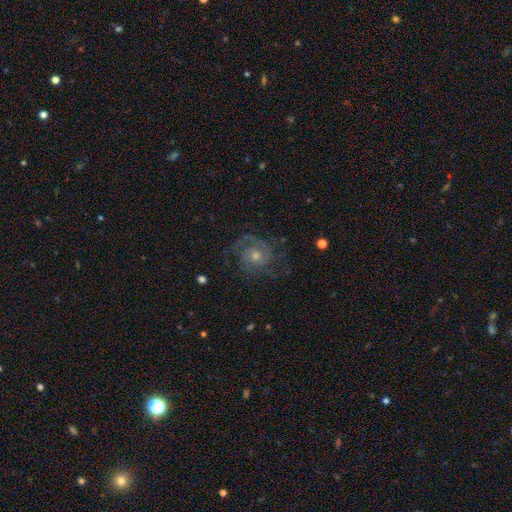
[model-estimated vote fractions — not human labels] Overall: featured or disk (85%). Edge-on disk: no (98%). Bar: no (72%). Spiral arms: yes (97%). Spiral arm count: 2 (52%; 3 19%). Spiral winding: tight (55%; medium 37%). Bulge size: moderate (52%; small 40%). Merging: none (76%).